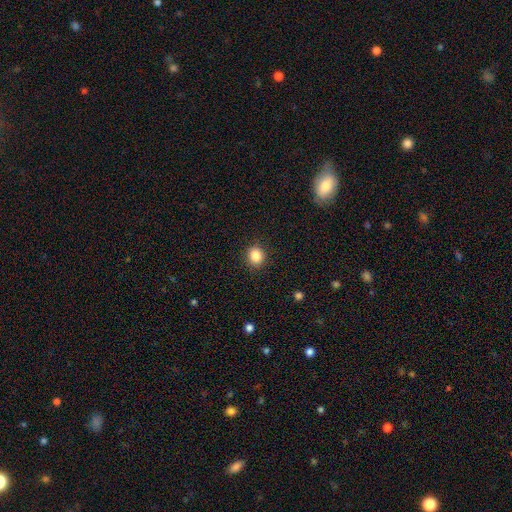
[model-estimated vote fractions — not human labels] A smooth galaxy with no disk features (86%) that is round (79%). Merging: none (89%).